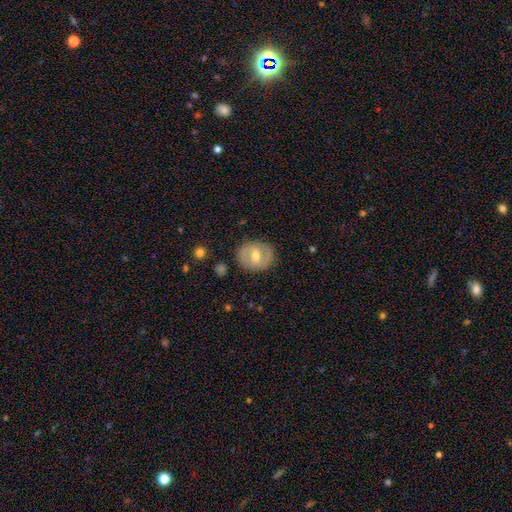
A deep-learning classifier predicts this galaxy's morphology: Smooth or featured?
  - featured or disk: 59% *
  - smooth: 34%
  - star or artifact: 6%
Edge-on disk?
  - no: 96% *
  - yes: 4%
Bar?
  - weak: 49% *
  - no: 26%
  - strong: 25%
Spiral arms?
  - yes: 58% *
  - no: 42%
Bulge size?
  - moderate: 72% *
  - small: 22%
  - large: 4%
  - none: 1%
  - dominant: 1%
Merging?
  - none: 84% *
  - minor disturbance: 11%
  - major disturbance: 3%
  - merger: 1%